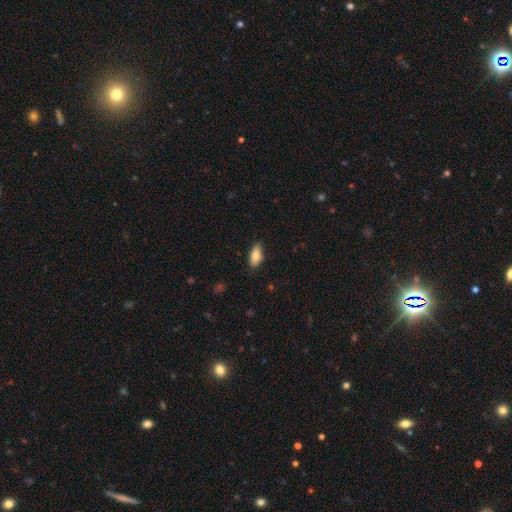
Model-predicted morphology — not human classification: A smooth galaxy with no disk features (82%) that is in between round and cigar-shaped (86%). Merging: none (85%).